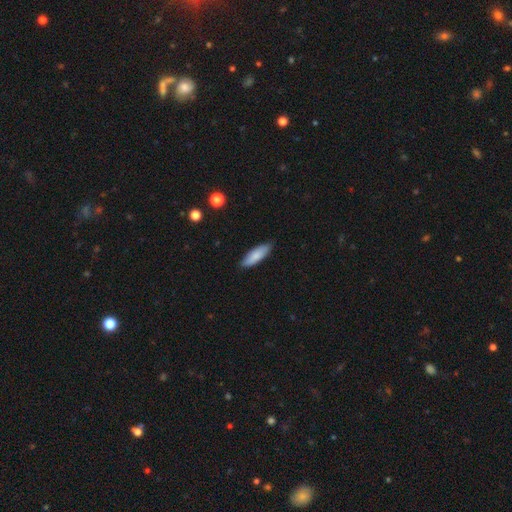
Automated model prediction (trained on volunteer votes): Smooth or featured? smooth (83%)
How rounded? in between (54%)
Merging? none (85%)